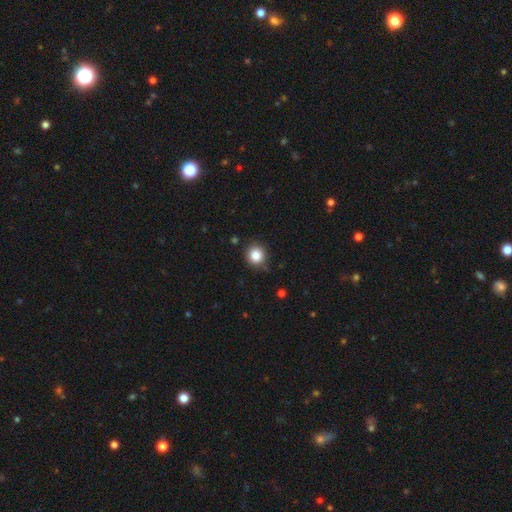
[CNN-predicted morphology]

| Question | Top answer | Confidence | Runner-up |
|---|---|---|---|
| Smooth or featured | smooth | 85% | star or artifact (11%) |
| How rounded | round | 92% | in between (7%) |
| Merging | none | 86% | minor disturbance (10%) |